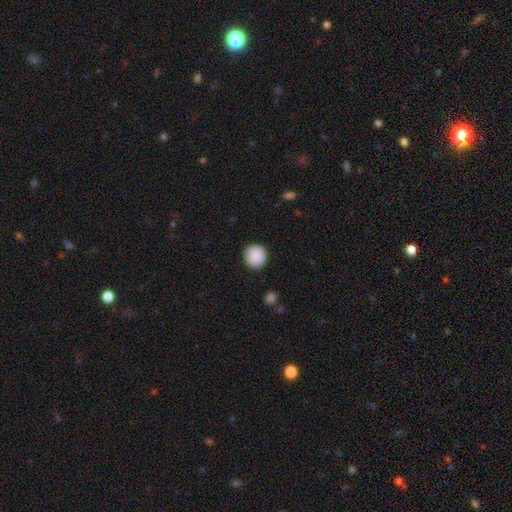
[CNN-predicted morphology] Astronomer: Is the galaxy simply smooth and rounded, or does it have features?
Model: smooth — 83%.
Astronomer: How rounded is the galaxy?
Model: round — 91%.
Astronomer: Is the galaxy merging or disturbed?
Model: none — 82%.